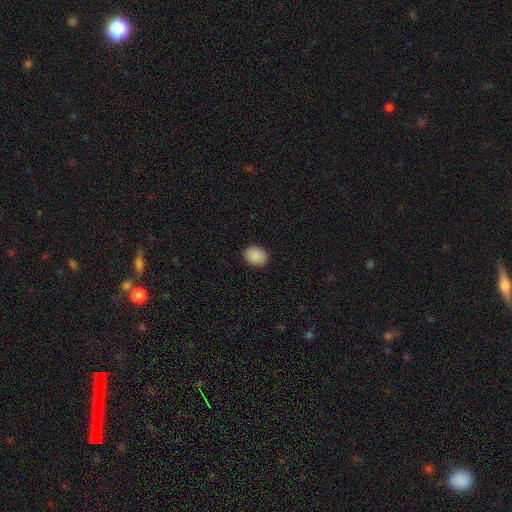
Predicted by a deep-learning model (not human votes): Smooth or featured? smooth (89%)
How rounded? round (50%)
Merging? none (89%)